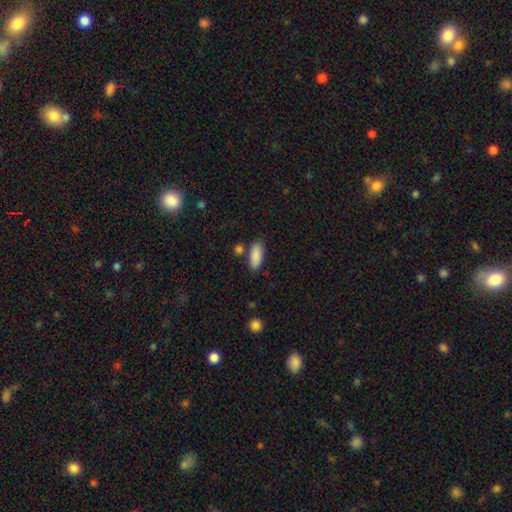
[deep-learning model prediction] This appears to be a smooth galaxy with no disk features (89%) that is in between round and cigar-shaped (82%). Merging: none (78%).